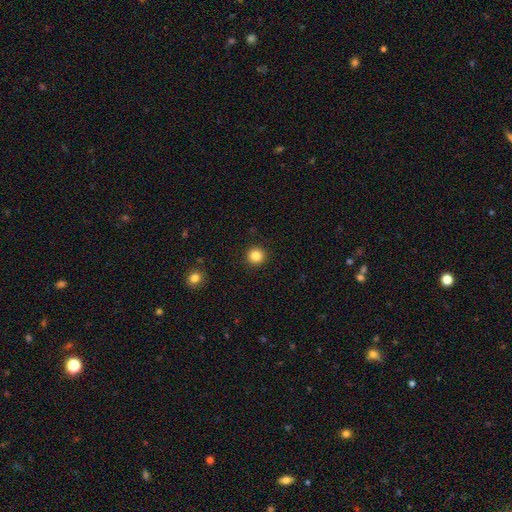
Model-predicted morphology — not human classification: A smooth galaxy with no disk features (85%) that is round (95%). Merging: none (93%).